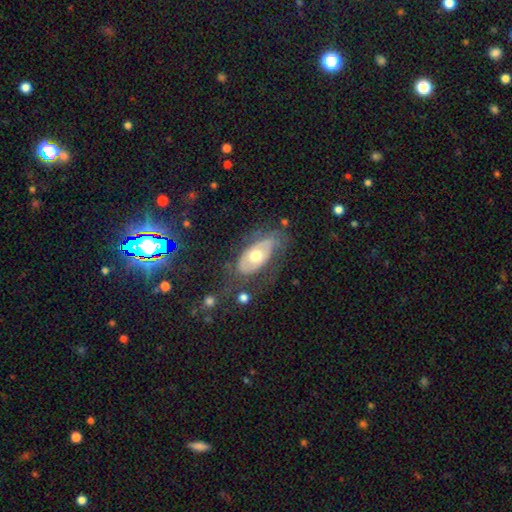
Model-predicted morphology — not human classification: A featured or disk galaxy (60%) with no bar (81%), no spiral arms (53%) and a moderate central bulge (74%). Merging: none (57%).